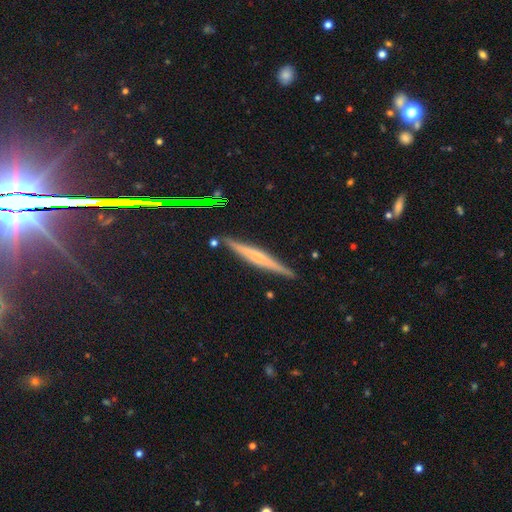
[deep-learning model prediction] This appears to be a featured or disk galaxy (54%) viewed edge-on (97%) with no central bulge (49%). Merging: none (88%).